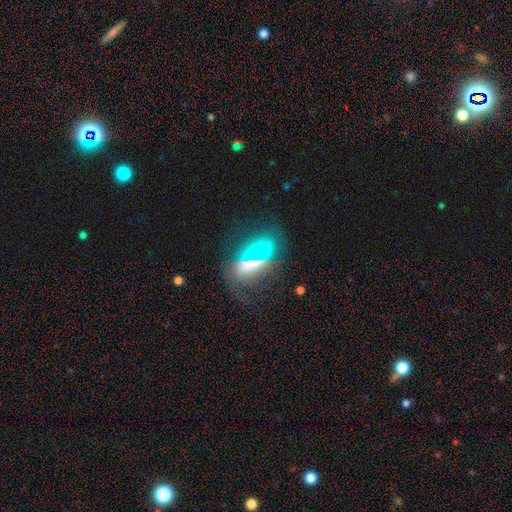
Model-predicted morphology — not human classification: smooth 50%, featured or disk 33%, star or artifact 17%. Down the decision tree: how rounded — in between (75%); merging — none (65%).